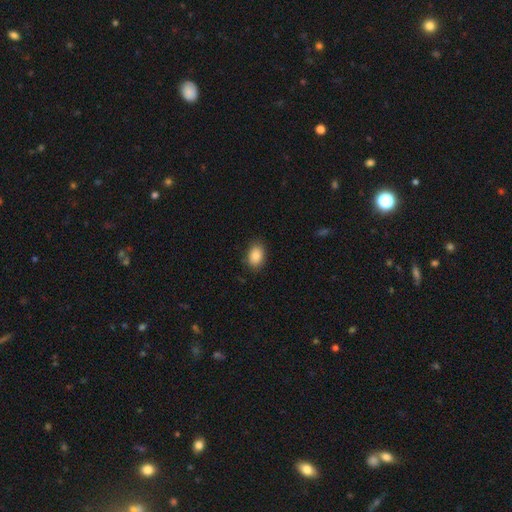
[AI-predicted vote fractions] smooth_or_featured: smooth (p=0.87) [alt: star or artifact p=0.08]
how_rounded: in between (p=0.83) [alt: round p=0.16]
merging: none (p=0.84) [alt: minor disturbance p=0.12]